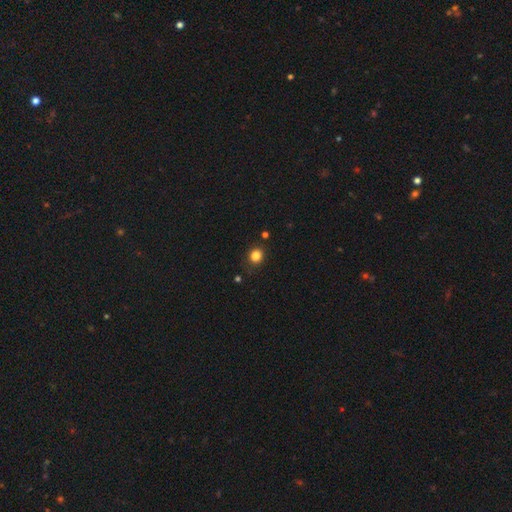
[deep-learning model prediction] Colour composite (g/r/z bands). It shows a smooth galaxy with no disk features (83%) that is round (81%). Merging: none (84%).